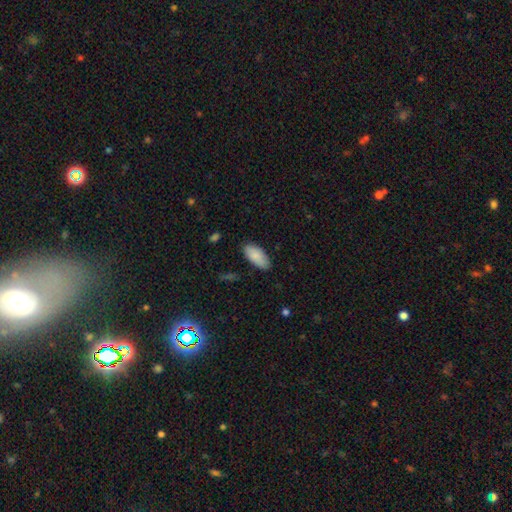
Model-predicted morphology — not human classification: Overall: smooth (86%). How rounded: in between (90%). Merging: none (83%).